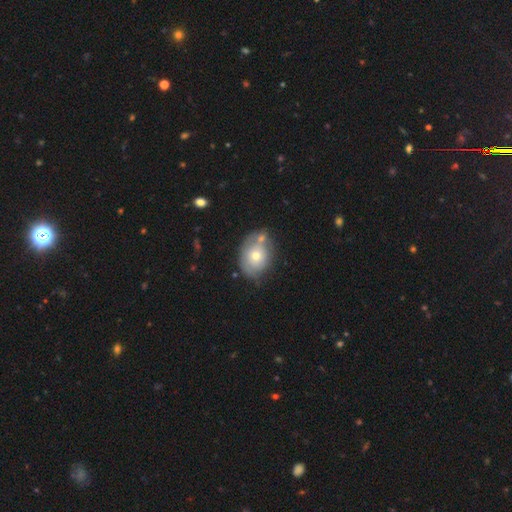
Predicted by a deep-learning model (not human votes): Morphology: type=smooth (60%); roundness=in between (56%); merging=none (49%).